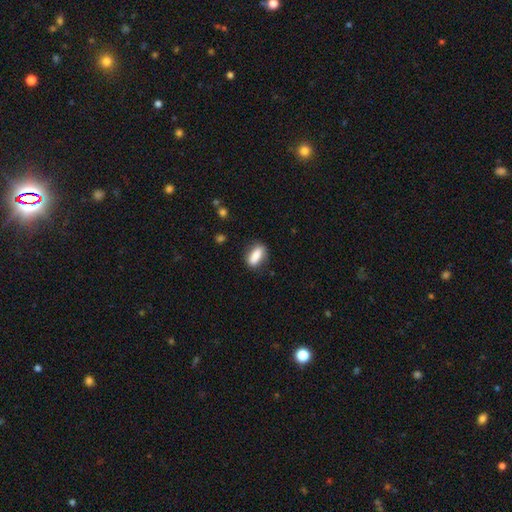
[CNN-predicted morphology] Overall: smooth (82%). How rounded: in between (72%). Merging: none (79%).